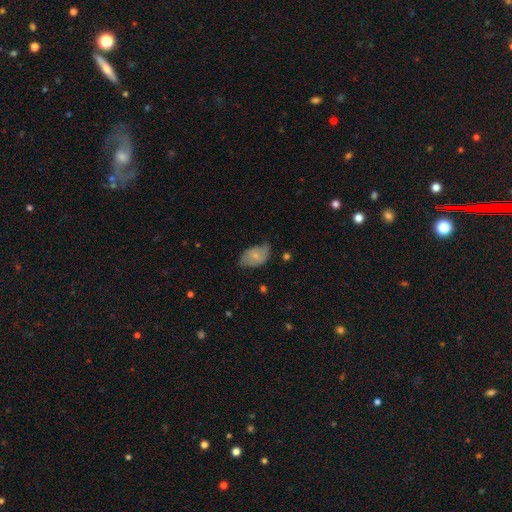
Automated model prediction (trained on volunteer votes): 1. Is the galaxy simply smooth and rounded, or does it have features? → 59% smooth, 34% featured or disk, 7% star or artifact.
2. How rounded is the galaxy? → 88% in between, 10% round, 1% cigar-shaped.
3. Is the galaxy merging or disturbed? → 49% none, 39% minor disturbance, 11% major disturbance, 2% merger.